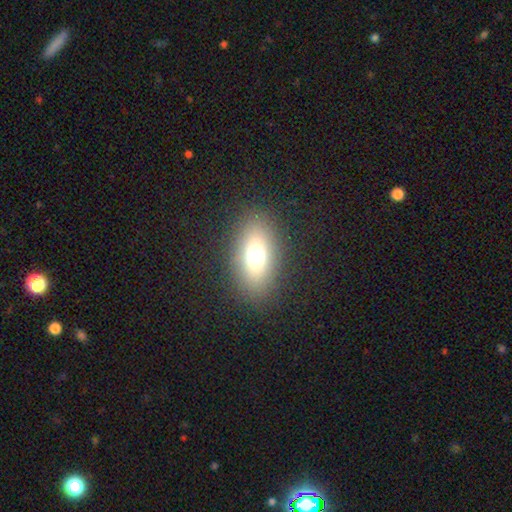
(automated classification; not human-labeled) This appears to be a smooth galaxy with no disk features (69%) that is in between round and cigar-shaped (80%). Merging: none (86%).